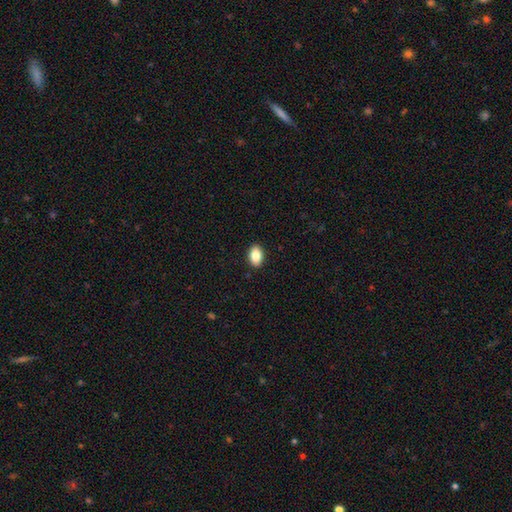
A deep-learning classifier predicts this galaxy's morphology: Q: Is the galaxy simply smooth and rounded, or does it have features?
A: smooth — 86%.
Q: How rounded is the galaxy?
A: in between — 87%.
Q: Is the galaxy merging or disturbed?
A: none — 90%.